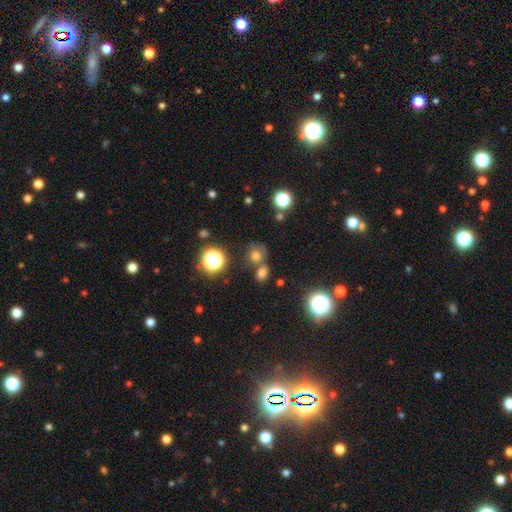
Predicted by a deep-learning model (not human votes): Q: Smooth or featured?
A: smooth (66%); runner-up: star or artifact (23%)
Q: How rounded?
A: round (76%); runner-up: in between (23%)
Q: Merging?
A: none (53%); runner-up: merger (30%)